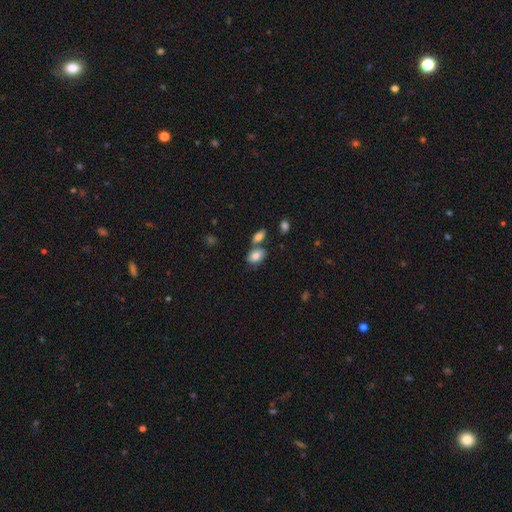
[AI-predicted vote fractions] A smooth galaxy with no disk features (78%) that is in between round and cigar-shaped (83%). Merging: none (54%).